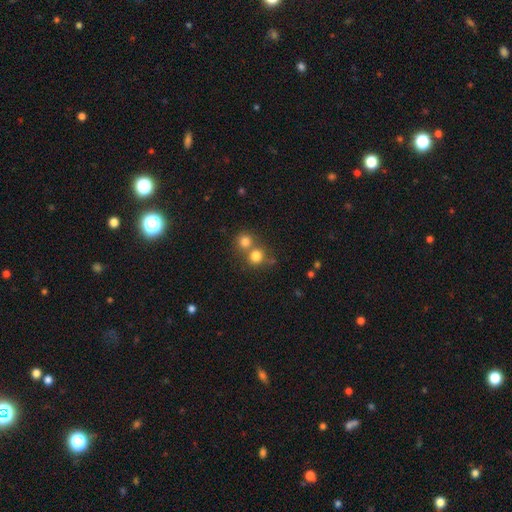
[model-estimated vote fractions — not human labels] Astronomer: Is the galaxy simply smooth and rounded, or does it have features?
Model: smooth — 78%.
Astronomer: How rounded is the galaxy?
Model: round — 89%.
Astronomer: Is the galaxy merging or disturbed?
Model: none — 52% (runner-up: merger, 39%).